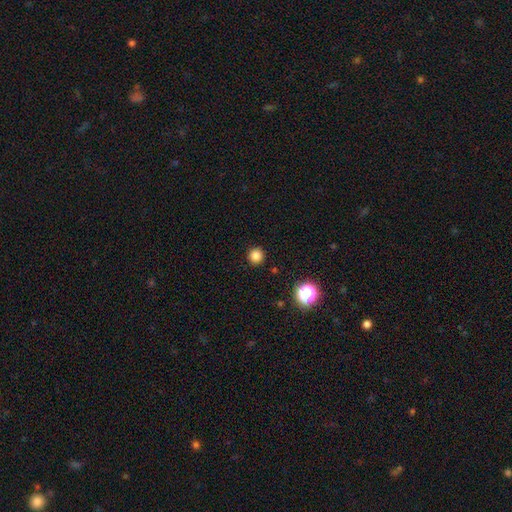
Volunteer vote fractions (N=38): Overall: smooth (84%). How rounded: round (91%). Merging: none (89%).